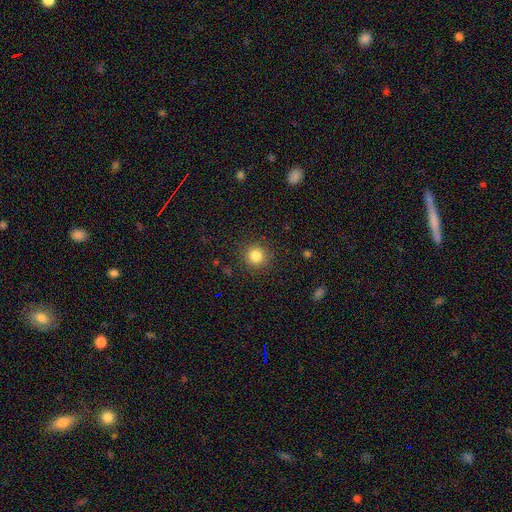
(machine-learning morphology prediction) This appears to be a smooth galaxy with no disk features (83%) that is round (93%). Merging: none (90%).